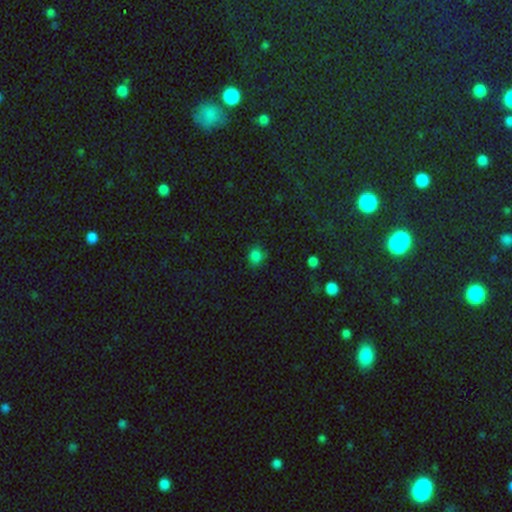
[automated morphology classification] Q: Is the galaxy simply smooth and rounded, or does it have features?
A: smooth — 80%.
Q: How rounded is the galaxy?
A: round — 75%.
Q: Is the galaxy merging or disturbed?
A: none — 80%.